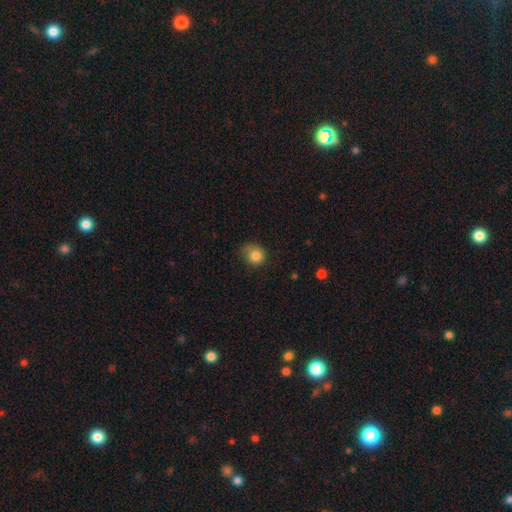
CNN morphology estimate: The model was most divided on "merging": none: 58%, minor disturbance: 31%, major disturbance: 10%, merger: 2%. More confident: smooth or featured — smooth (83%); how rounded — round (81%).